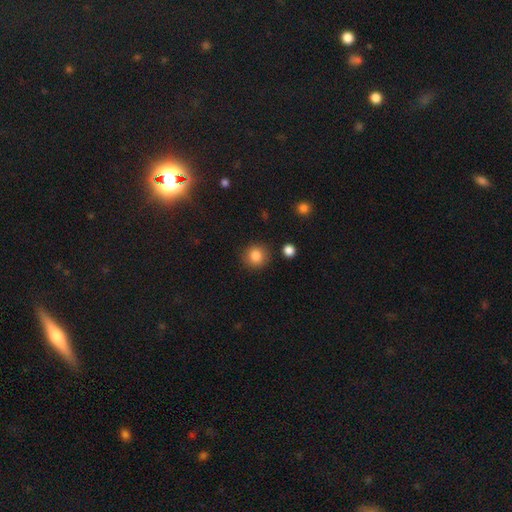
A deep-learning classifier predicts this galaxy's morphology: Smooth or featured?
  - smooth: 85% *
  - star or artifact: 10%
  - featured or disk: 5%
How rounded?
  - round: 91% *
  - in between: 8%
  - cigar-shaped: 1%
Merging?
  - none: 88% *
  - minor disturbance: 7%
  - major disturbance: 2%
  - merger: 2%